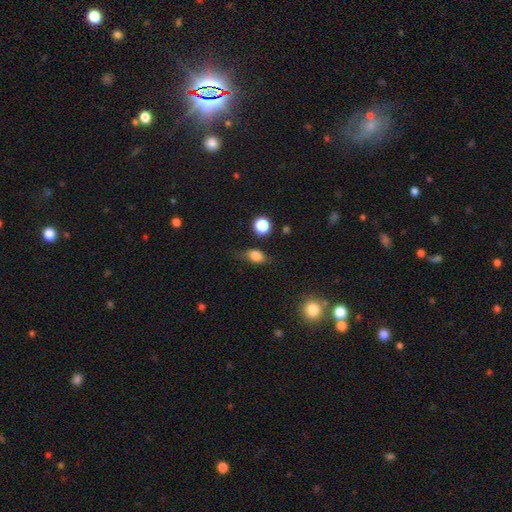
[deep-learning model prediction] Overall: smooth (79%). How rounded: in between (71%). Merging: none (65%; minor disturbance 25%).